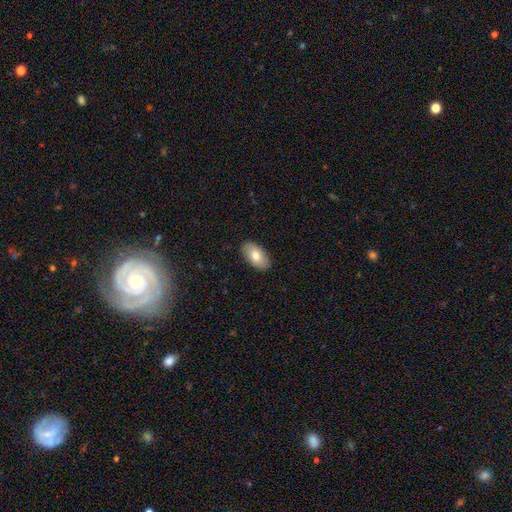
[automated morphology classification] This appears to be a smooth galaxy with no disk features (78%) that is in between round and cigar-shaped (95%). Merging: none (89%).